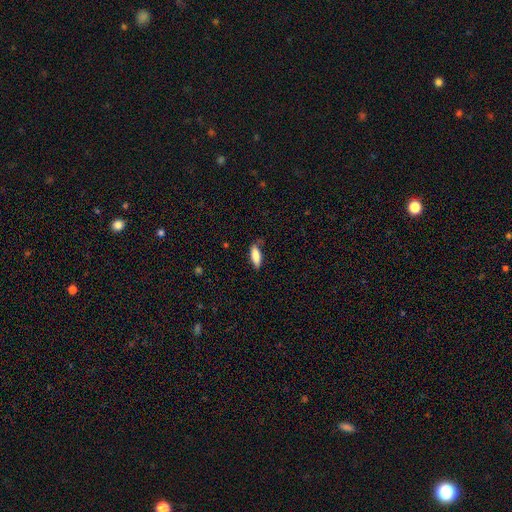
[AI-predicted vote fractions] smooth 82%, featured or disk 11%, star or artifact 7%. Down the decision tree: how rounded — in between (62%); merging — none (67%).